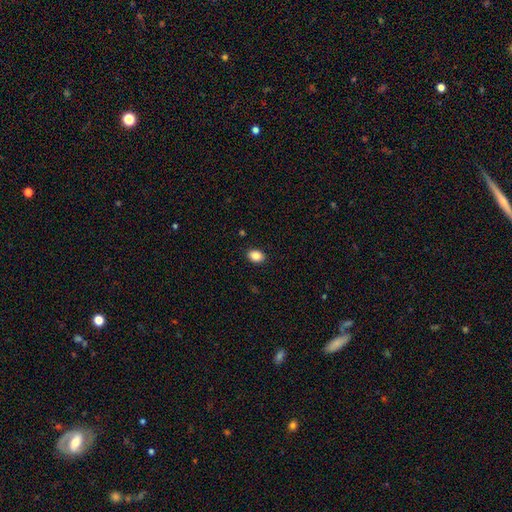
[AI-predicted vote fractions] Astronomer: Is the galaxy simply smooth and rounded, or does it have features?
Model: smooth — 87%.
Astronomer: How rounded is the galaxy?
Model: in between — 72%.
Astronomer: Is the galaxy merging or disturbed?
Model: none — 89%.